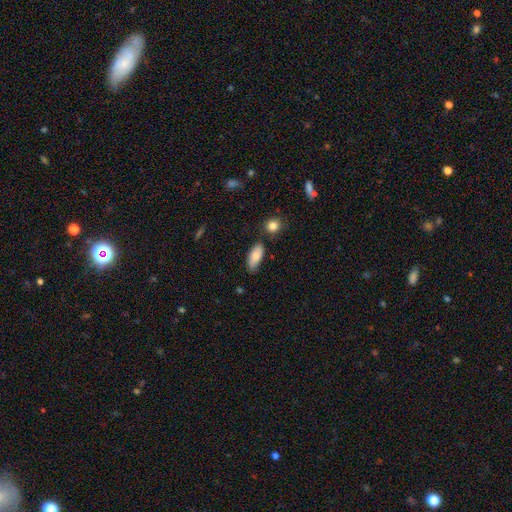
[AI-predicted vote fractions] This appears to be a smooth galaxy with no disk features (82%) that is in between round and cigar-shaped (85%). Merging: none (70%).